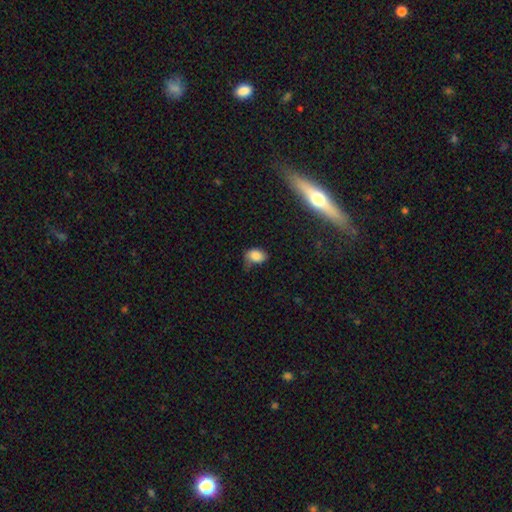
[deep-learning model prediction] Overall: smooth (82%). How rounded: in between (80%). Merging: none (46%; minor disturbance 37%).